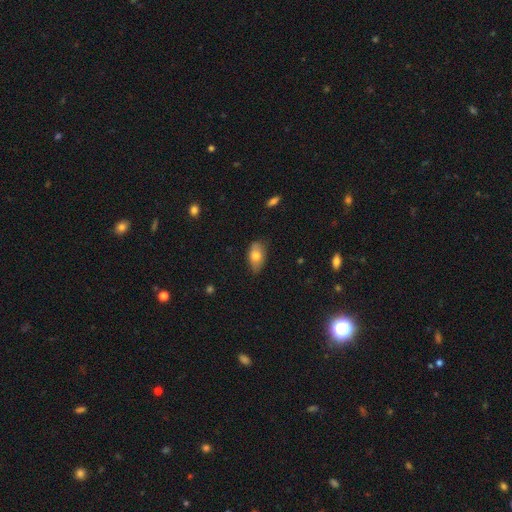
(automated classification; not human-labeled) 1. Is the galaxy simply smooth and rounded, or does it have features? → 75% smooth, 18% featured or disk, 8% star or artifact.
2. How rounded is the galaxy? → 90% in between, 6% round, 4% cigar-shaped.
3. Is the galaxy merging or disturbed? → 72% none, 24% minor disturbance, 3% major disturbance, 1% merger.